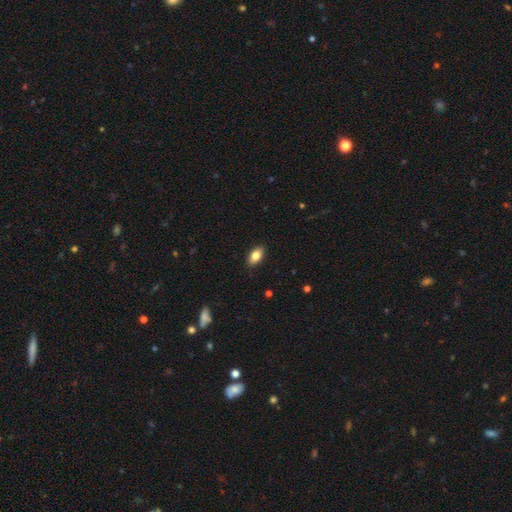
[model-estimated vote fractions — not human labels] A smooth galaxy with no disk features (82%) that is in between round and cigar-shaped (91%).

Vote fractions:
- Smooth or featured? smooth: 82% / featured or disk: 10% / star or artifact: 7%
- How rounded? in between: 91% / cigar-shaped: 5% / round: 4%
- Merging? none: 89% / minor disturbance: 8% / major disturbance: 2% / merger: 1%